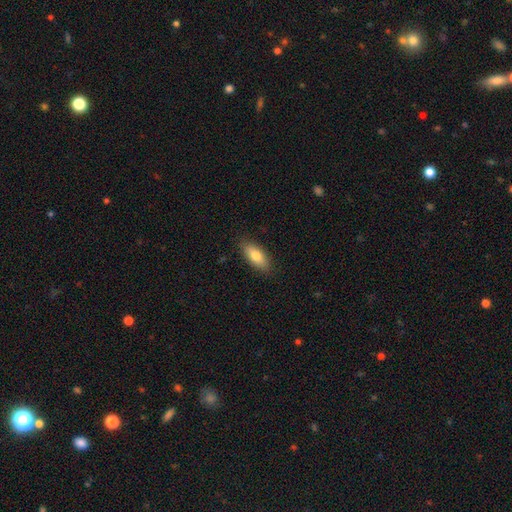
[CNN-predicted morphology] Smooth or featured: smooth — 77% (featured or disk — 17%)
How rounded: in between — 79% (cigar-shaped — 19%)
Merging: none — 87% (minor disturbance — 10%)